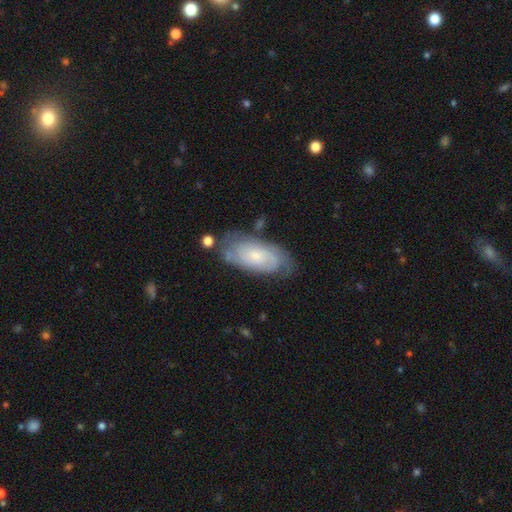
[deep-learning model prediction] featured or disk 69%, smooth 24%, star or artifact 6%. Down the decision tree: edge-on disk — no (93%); bar — no (72%); spiral arms — yes (90%); spiral arm count — 2 (43%); spiral winding — tight (64%); bulge size — small (65%); merging — none (69%).